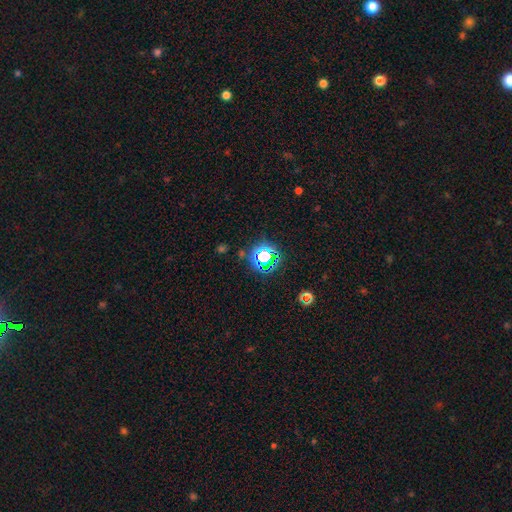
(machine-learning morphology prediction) The model was most divided on "smooth or featured": star or artifact: 71%, smooth: 20%, featured or disk: 9%.